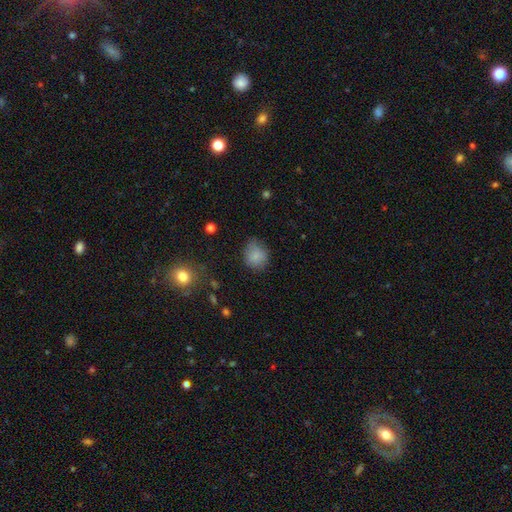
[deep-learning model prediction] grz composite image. It shows a smooth galaxy with no disk features (83%) that is round (78%). Merging: none (68%).